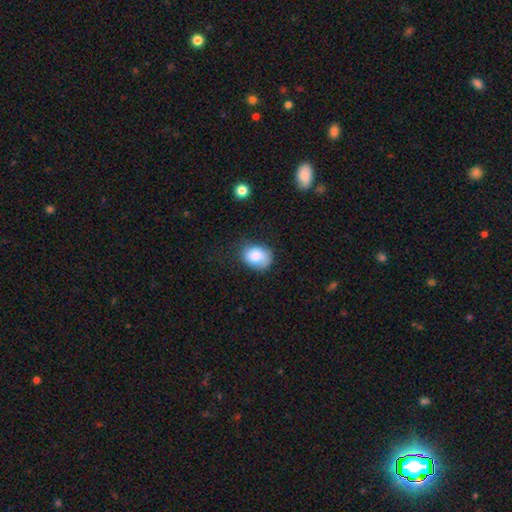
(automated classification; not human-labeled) Smooth or featured?
  - smooth: 81% *
  - featured or disk: 11%
  - star or artifact: 8%
How rounded?
  - in between: 56% *
  - round: 44%
  - cigar-shaped: 1%
Merging?
  - none: 61% *
  - minor disturbance: 29%
  - major disturbance: 8%
  - merger: 2%